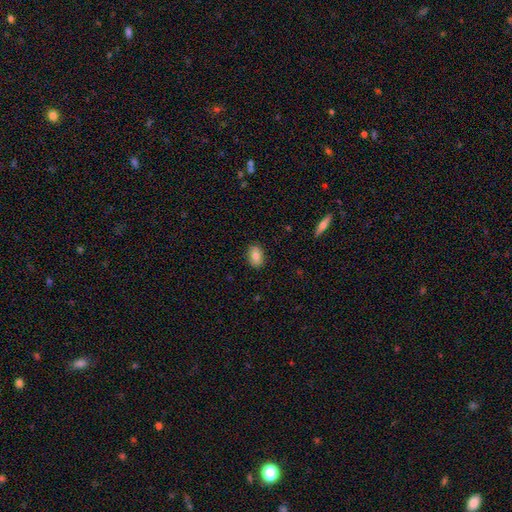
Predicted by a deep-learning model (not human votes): Smooth or featured?
  - smooth: 81% *
  - featured or disk: 12%
  - star or artifact: 8%
How rounded?
  - in between: 84% *
  - round: 14%
  - cigar-shaped: 2%
Merging?
  - none: 87% *
  - minor disturbance: 10%
  - major disturbance: 2%
  - merger: 1%